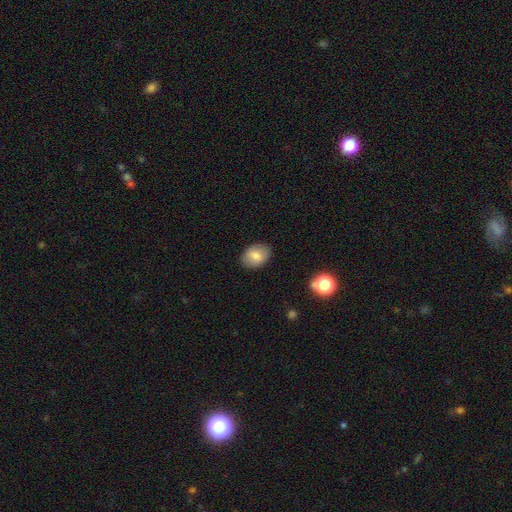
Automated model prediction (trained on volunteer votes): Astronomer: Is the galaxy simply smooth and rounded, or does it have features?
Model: smooth — 77%.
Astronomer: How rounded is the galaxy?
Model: in between — 78%.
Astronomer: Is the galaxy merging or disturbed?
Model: none — 86%.